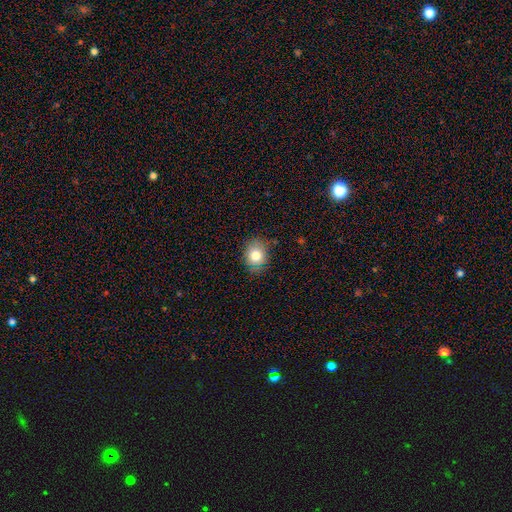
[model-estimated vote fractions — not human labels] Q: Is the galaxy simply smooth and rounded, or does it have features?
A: smooth — 79%.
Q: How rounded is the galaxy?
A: round — 57%.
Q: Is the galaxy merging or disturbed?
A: none — 81%.